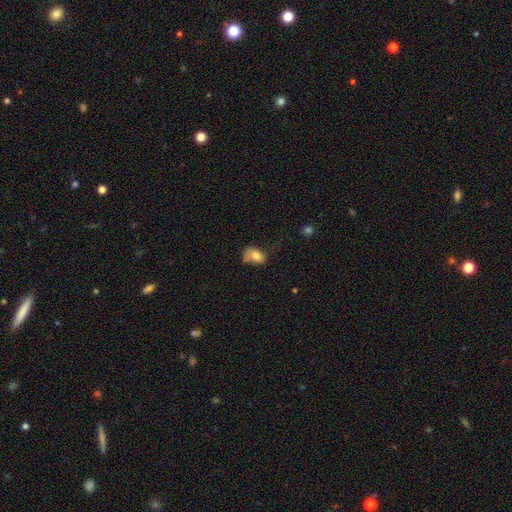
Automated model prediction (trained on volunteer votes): Smooth or featured?
  - smooth: 78% *
  - featured or disk: 13%
  - star or artifact: 9%
How rounded?
  - in between: 79% *
  - round: 19%
  - cigar-shaped: 1%
Merging?
  - minor disturbance: 36% *
  - none: 35%
  - major disturbance: 23%
  - merger: 7%